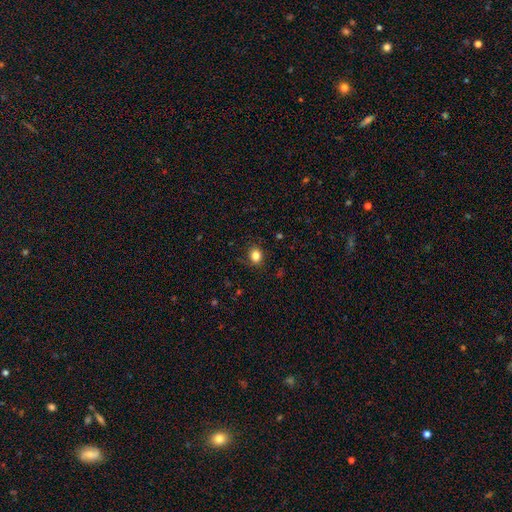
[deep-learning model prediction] A smooth galaxy with no disk features (84%) that is round (55%).

Vote fractions:
- Smooth or featured? smooth: 84% / star or artifact: 11% / featured or disk: 5%
- How rounded? round: 55% / in between: 44% / cigar-shaped: 1%
- Merging? none: 84% / minor disturbance: 12% / major disturbance: 3% / merger: 1%